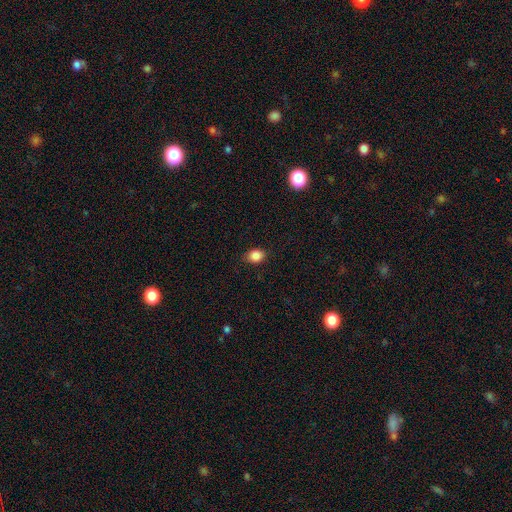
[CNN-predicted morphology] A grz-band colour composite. It shows a smooth galaxy with no disk features (86%) that is in between round and cigar-shaped (53%). Merging: none (85%).